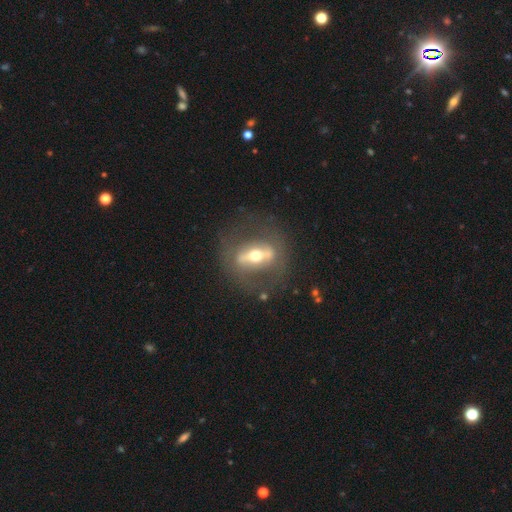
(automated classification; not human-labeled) This appears to be a featured or disk galaxy (74%). Merging: none (73%).